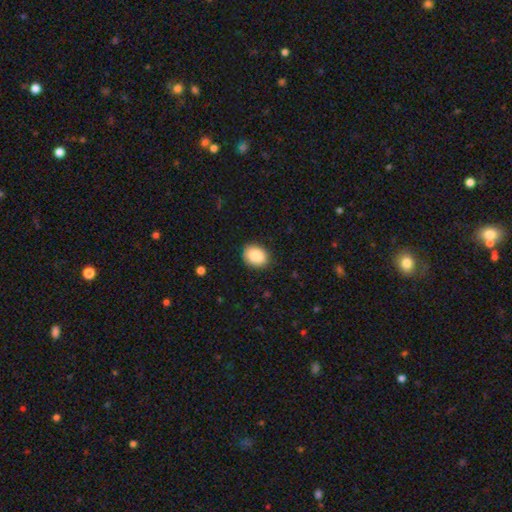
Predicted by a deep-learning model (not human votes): smooth-or-featured: smooth: 89% | star or artifact: 7% | featured or disk: 4%
  how-rounded: in between: 68% | round: 31% | cigar-shaped: 1%
  merging: none: 86% | minor disturbance: 11% | major disturbance: 2% | merger: 1%